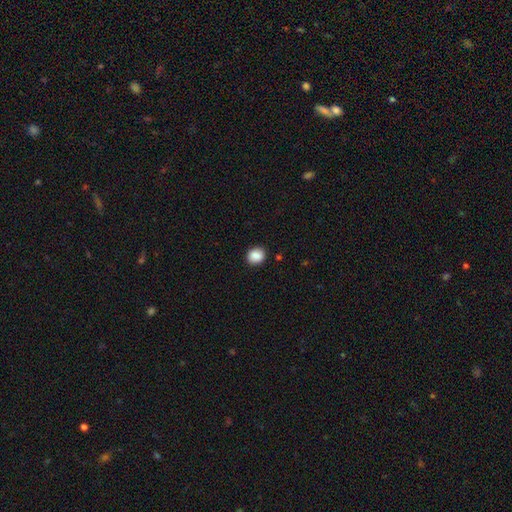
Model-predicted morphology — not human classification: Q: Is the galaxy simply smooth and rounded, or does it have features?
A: smooth — 87%.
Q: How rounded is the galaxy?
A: round — 68%.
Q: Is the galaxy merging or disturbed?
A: none — 87%.